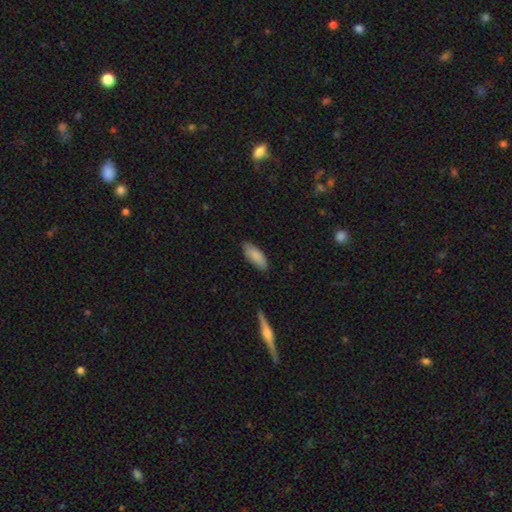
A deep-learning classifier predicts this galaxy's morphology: A smooth galaxy with no disk features (87%) that is in between round and cigar-shaped (79%).

Vote fractions:
- Smooth or featured? smooth: 87% / featured or disk: 7% / star or artifact: 6%
- How rounded? in between: 79% / cigar-shaped: 19% / round: 1%
- Merging? none: 83% / minor disturbance: 14% / major disturbance: 2% / merger: 1%